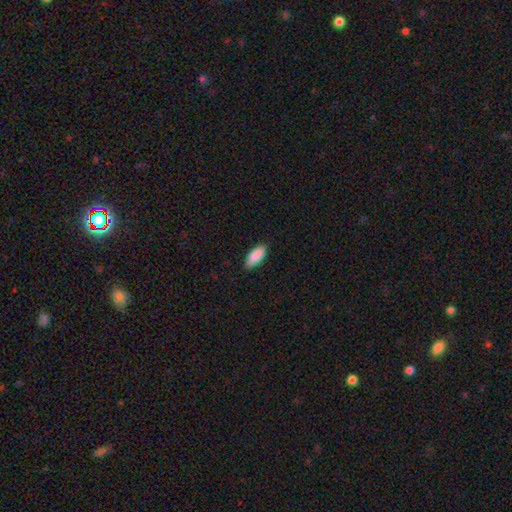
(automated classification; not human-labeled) smooth 89%, star or artifact 6%, featured or disk 5%. Down the decision tree: how rounded — in between (82%); merging — none (83%).